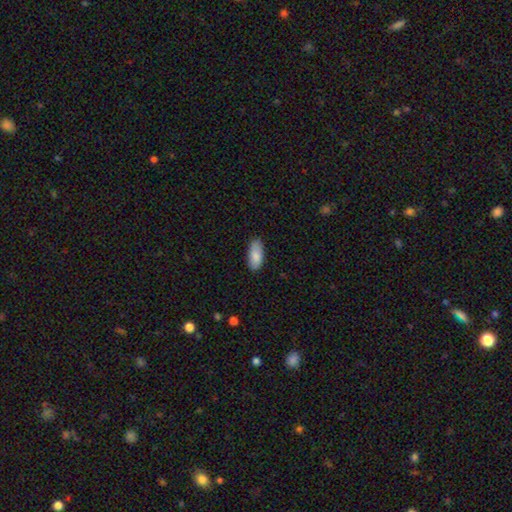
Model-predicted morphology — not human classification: Smooth or featured?
  - smooth: 87% *
  - featured or disk: 7%
  - star or artifact: 6%
How rounded?
  - in between: 87% *
  - cigar-shaped: 11%
  - round: 2%
Merging?
  - none: 84% *
  - minor disturbance: 13%
  - major disturbance: 2%
  - merger: 1%